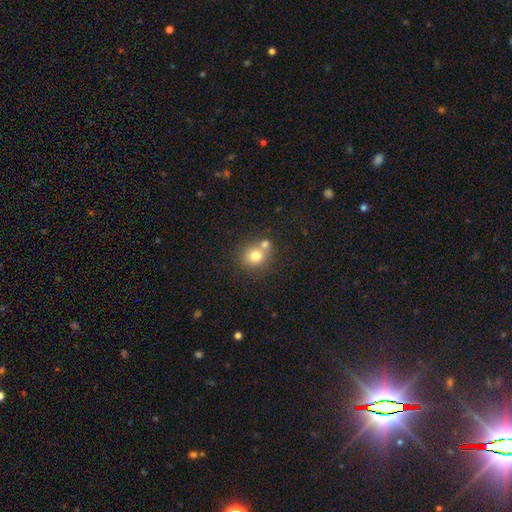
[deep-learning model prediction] smooth 76%, featured or disk 12%, star or artifact 12%. Down the decision tree: how rounded — round (84%); merging — none (54%).